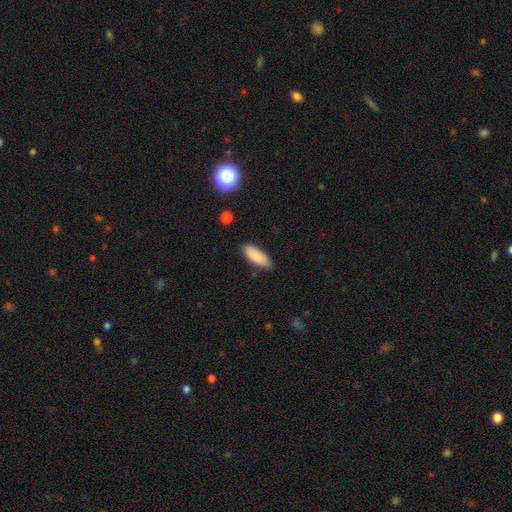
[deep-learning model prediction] Smooth or featured?
  - smooth: 88% *
  - star or artifact: 6%
  - featured or disk: 6%
How rounded?
  - in between: 75% *
  - cigar-shaped: 24%
  - round: 2%
Merging?
  - none: 83% *
  - minor disturbance: 13%
  - major disturbance: 2%
  - merger: 1%